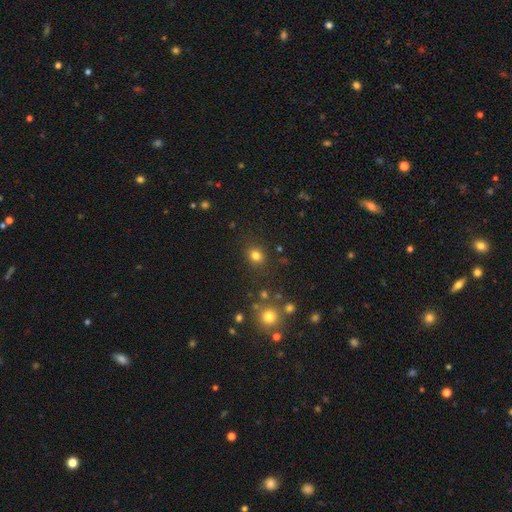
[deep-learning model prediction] Morphology: type=smooth (79%); roundness=round (62%); merging=none (84%).